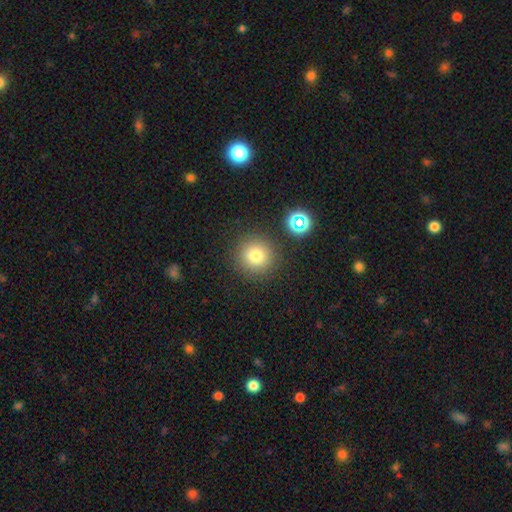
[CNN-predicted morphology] smooth 77%, star or artifact 15%, featured or disk 8%. Down the decision tree: how rounded — round (95%); merging — none (87%).